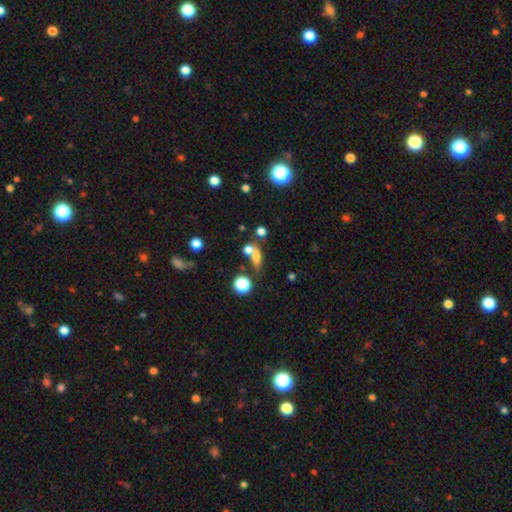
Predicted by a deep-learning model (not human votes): Smooth or featured?
  - smooth: 63% *
  - featured or disk: 19%
  - star or artifact: 17%
How rounded?
  - in between: 51% *
  - round: 32%
  - cigar-shaped: 17%
Merging?
  - merger: 44% *
  - none: 36%
  - minor disturbance: 11%
  - major disturbance: 9%